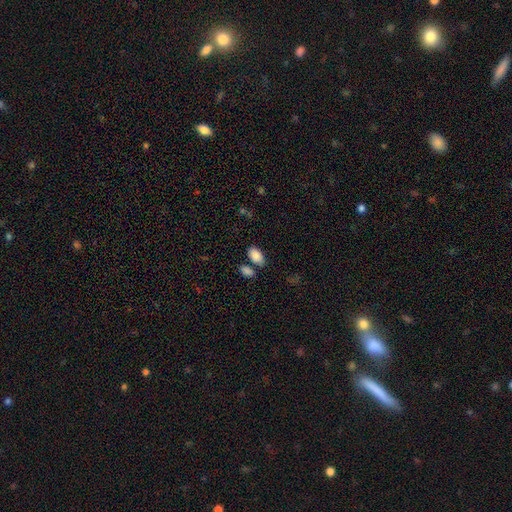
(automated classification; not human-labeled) Smooth or featured? smooth (88%)
How rounded? in between (95%)
Merging? none (65%)